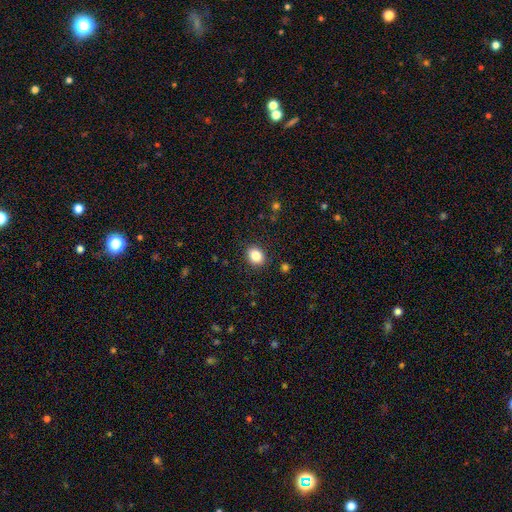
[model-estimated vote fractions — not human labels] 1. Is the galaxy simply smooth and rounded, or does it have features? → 85% smooth, 10% star or artifact, 5% featured or disk.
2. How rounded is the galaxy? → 54% round, 45% in between, 1% cigar-shaped.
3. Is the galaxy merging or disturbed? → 89% none, 8% minor disturbance, 2% major disturbance, 1% merger.